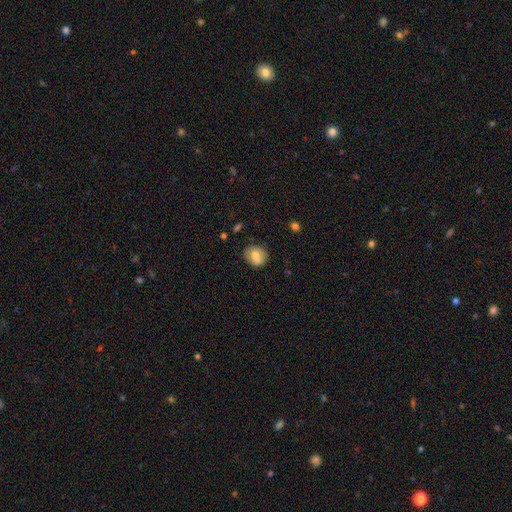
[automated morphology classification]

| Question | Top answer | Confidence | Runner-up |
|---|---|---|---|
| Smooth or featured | smooth | 63% | featured or disk (29%) |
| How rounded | round | 69% | in between (29%) |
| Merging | none | 74% | minor disturbance (16%) |